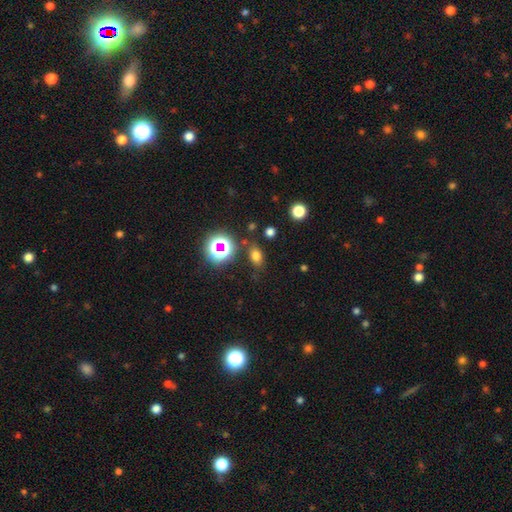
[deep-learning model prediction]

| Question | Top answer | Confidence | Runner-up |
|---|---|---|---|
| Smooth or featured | smooth | 69% | star or artifact (23%) |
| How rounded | in between | 76% | round (22%) |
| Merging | none | 81% | minor disturbance (11%) |